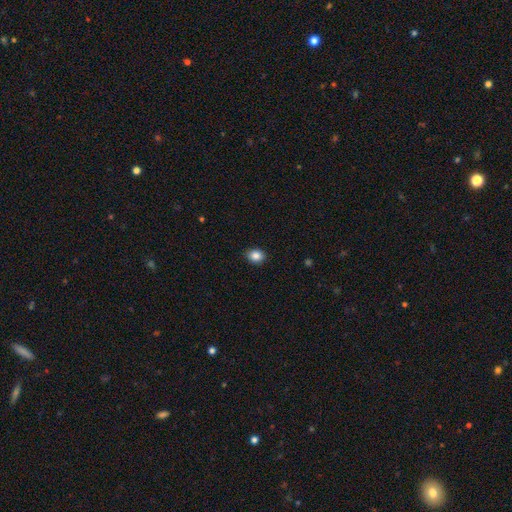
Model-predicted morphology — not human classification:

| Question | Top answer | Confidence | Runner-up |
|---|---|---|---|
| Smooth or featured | smooth | 86% | star or artifact (9%) |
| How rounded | in between | 50% | round (49%) |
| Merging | none | 89% | minor disturbance (8%) |